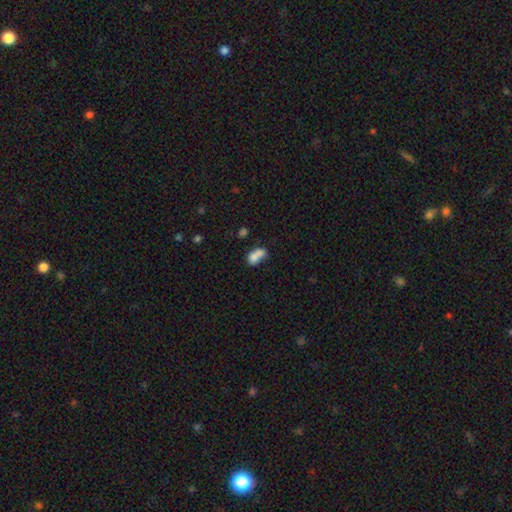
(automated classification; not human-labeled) Smooth or featured?
  - smooth: 73% *
  - featured or disk: 17%
  - star or artifact: 10%
How rounded?
  - in between: 73% *
  - round: 24%
  - cigar-shaped: 3%
Merging?
  - merger: 62% *
  - none: 20%
  - minor disturbance: 10%
  - major disturbance: 7%